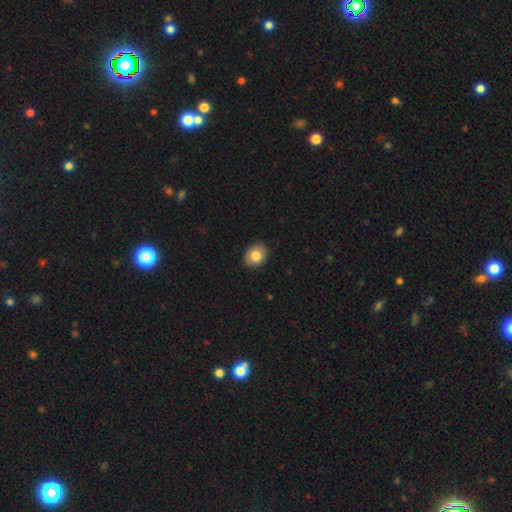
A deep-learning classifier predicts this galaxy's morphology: Smooth or featured? smooth (83%)
How rounded? round (51%)
Merging? none (89%)